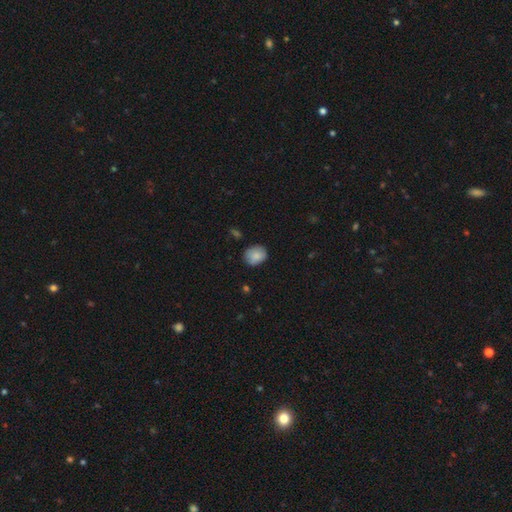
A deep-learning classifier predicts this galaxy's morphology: Q: Smooth or featured?
A: smooth (85%); runner-up: featured or disk (7%)
Q: How rounded?
A: round (57%); runner-up: in between (42%)
Q: Merging?
A: none (78%); runner-up: minor disturbance (17%)